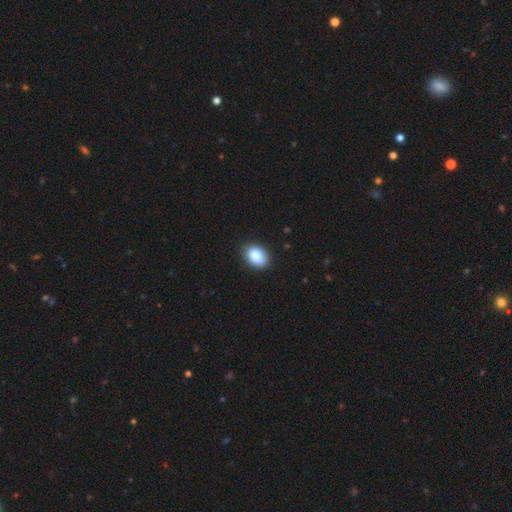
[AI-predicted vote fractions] This appears to be a smooth galaxy with no disk features (87%) that is in between round and cigar-shaped (81%). Merging: none (85%).